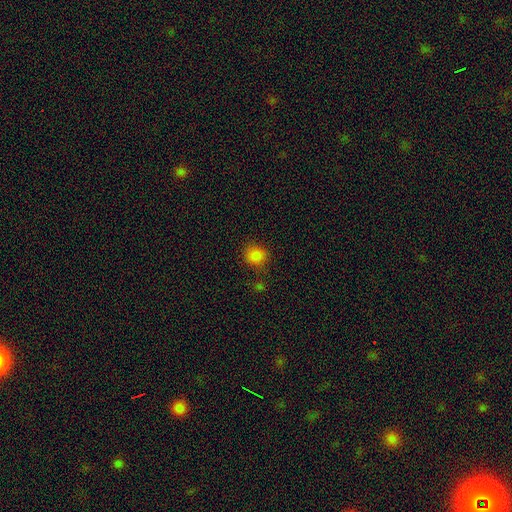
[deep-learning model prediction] Overall: smooth (83%). How rounded: round (79%). Merging: none (80%).